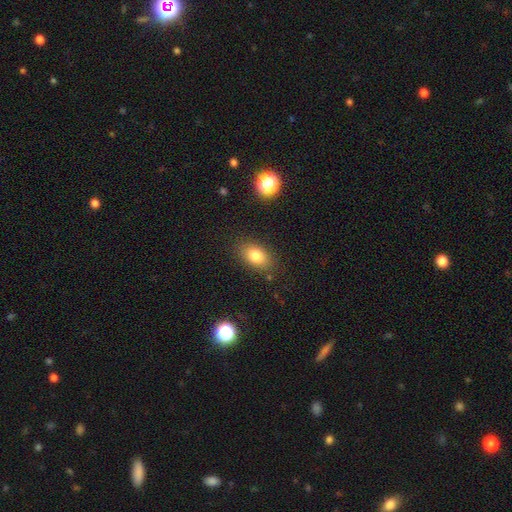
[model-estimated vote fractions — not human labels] Overall: smooth (80%). How rounded: in between (84%). Merging: none (84%).